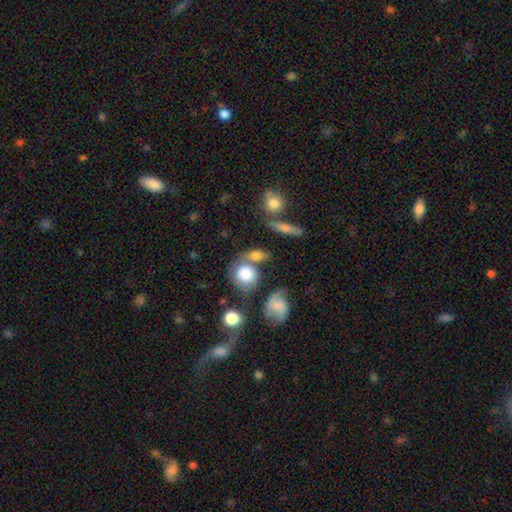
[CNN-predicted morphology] The model was most divided on "merging": none: 46%, merger: 30%, minor disturbance: 16%, major disturbance: 8%. More confident: smooth or featured — smooth (73%); how rounded — round (60%).